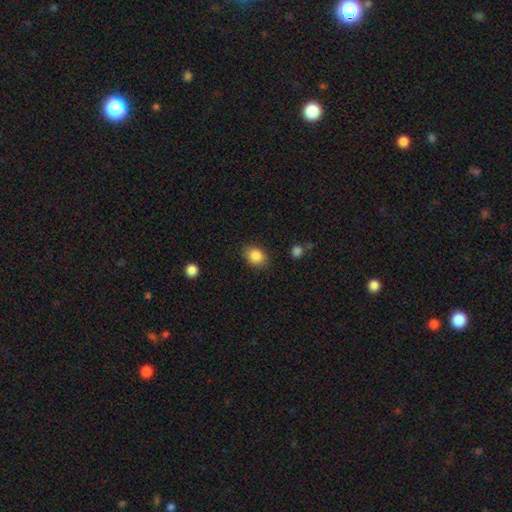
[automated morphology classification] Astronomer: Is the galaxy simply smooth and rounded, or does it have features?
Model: smooth — 86%.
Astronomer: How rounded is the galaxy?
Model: in between — 59% (runner-up: round, 40%).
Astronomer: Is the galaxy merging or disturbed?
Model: none — 84%.